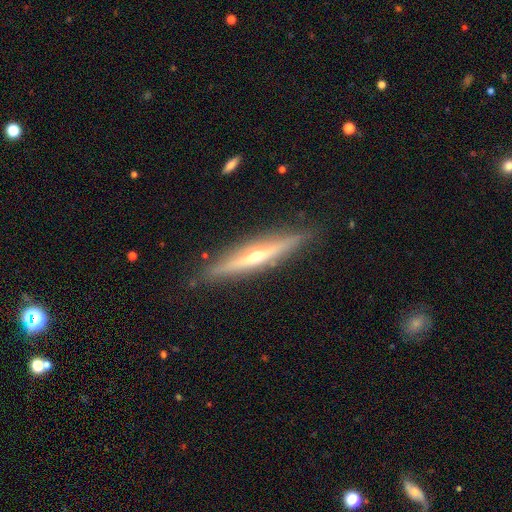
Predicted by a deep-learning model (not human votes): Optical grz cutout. It shows a featured or disk galaxy (76%) viewed edge-on (96%) with a rounded central bulge (87%). Merging: none (89%).